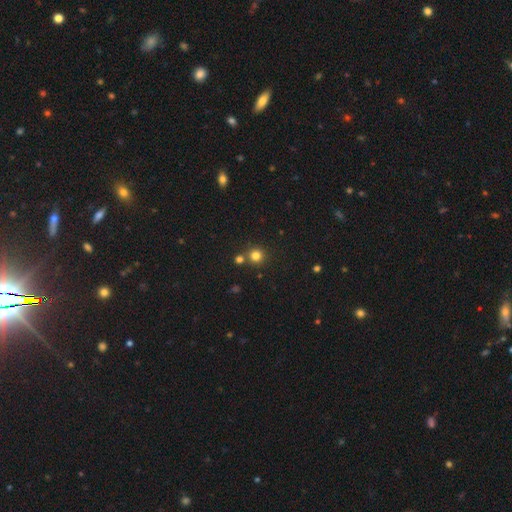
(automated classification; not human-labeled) Smooth or featured?
  - smooth: 80% *
  - star or artifact: 15%
  - featured or disk: 6%
How rounded?
  - round: 93% *
  - in between: 6%
  - cigar-shaped: 1%
Merging?
  - none: 77% *
  - merger: 14%
  - minor disturbance: 7%
  - major disturbance: 2%